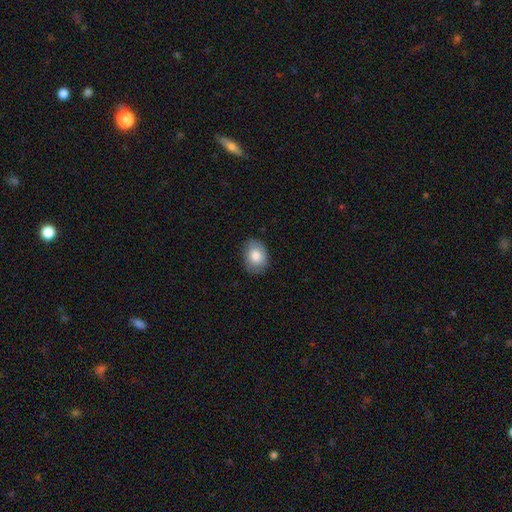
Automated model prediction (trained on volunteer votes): Overall: smooth (81%). How rounded: in between (72%). Merging: none (82%).